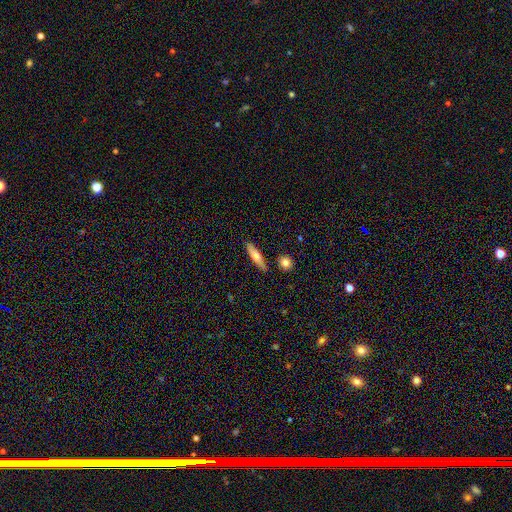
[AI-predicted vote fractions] A smooth galaxy with no disk features (62%) that is cigar-shaped (79%). Merging: none (84%).